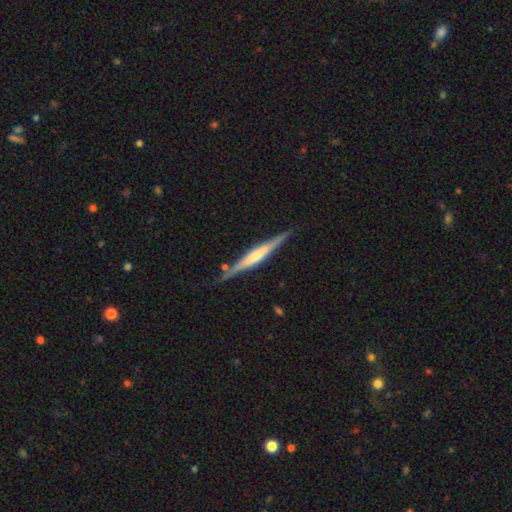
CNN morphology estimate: Smooth or featured?
  - featured or disk: 67% *
  - smooth: 28%
  - star or artifact: 5%
Edge-on disk?
  - yes: 97% *
  - no: 3%
Edge-on bulge?
  - rounded: 45% *
  - none: 32%
  - boxy: 23%
Merging?
  - none: 84% *
  - minor disturbance: 12%
  - merger: 3%
  - major disturbance: 2%